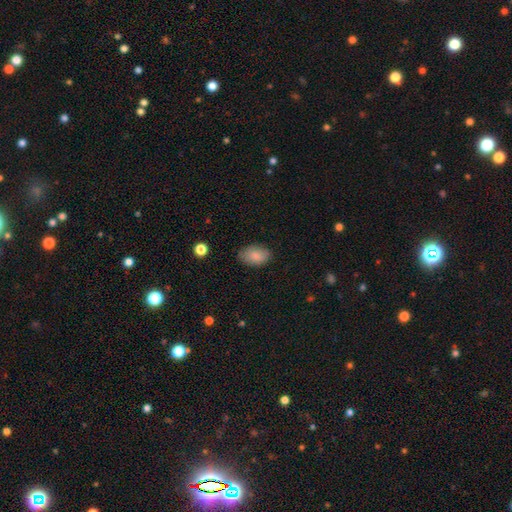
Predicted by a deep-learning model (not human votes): Smooth or featured?
  - smooth: 86% *
  - star or artifact: 7%
  - featured or disk: 7%
How rounded?
  - in between: 89% *
  - round: 10%
  - cigar-shaped: 1%
Merging?
  - none: 81% *
  - minor disturbance: 15%
  - major disturbance: 3%
  - merger: 1%